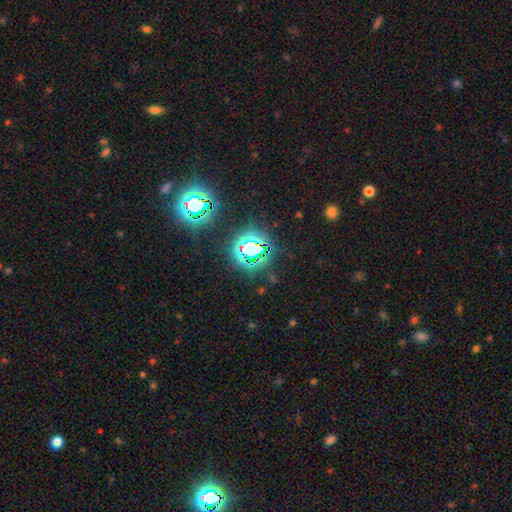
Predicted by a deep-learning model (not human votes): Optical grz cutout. It shows a star or artifact, not a galaxy (77%).